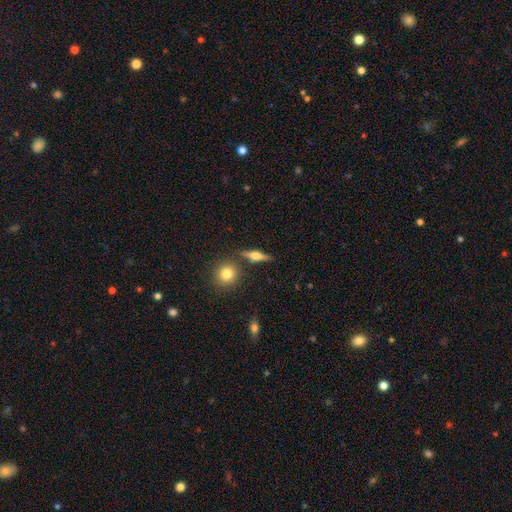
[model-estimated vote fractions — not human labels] Smooth or featured? Predicted: featured or disk (p=0.59). Edge-on disk? Predicted: yes (p=0.94). Edge-on bulge? Predicted: rounded (p=0.91). Merging? Predicted: none (p=0.81).